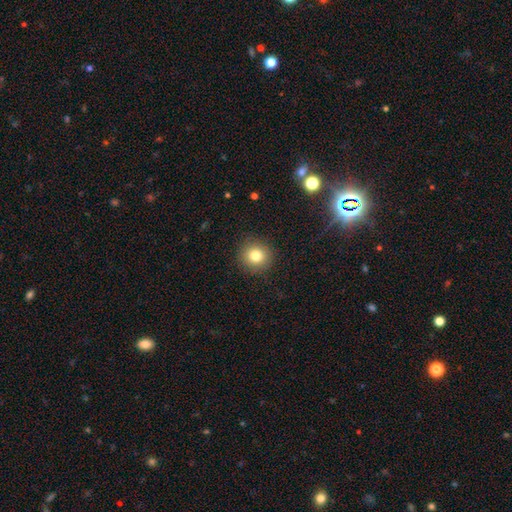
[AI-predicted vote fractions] Q: Smooth or featured?
A: smooth (80%); runner-up: star or artifact (12%)
Q: How rounded?
A: round (92%); runner-up: in between (7%)
Q: Merging?
A: none (90%); runner-up: minor disturbance (7%)